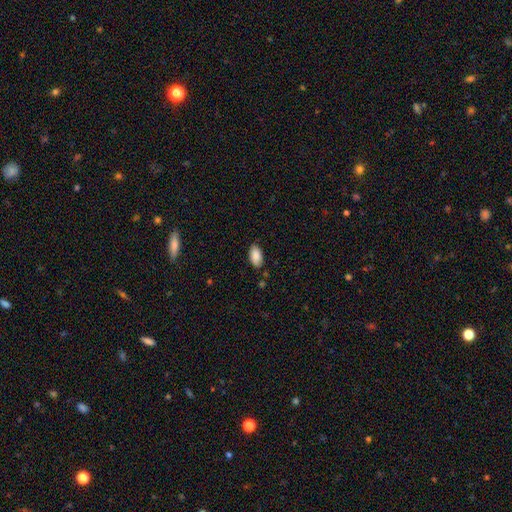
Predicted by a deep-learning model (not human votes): Smooth or featured? smooth (88%)
How rounded? in between (94%)
Merging? none (83%)